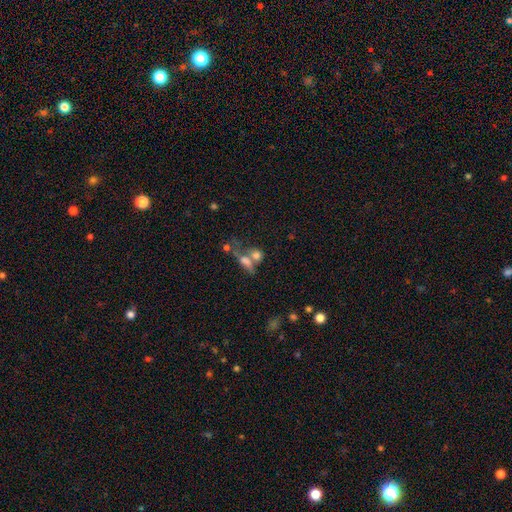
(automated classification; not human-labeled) Morphology: type=smooth (68%); roundness=in between (47%, tied with round); merging=merger (53%).